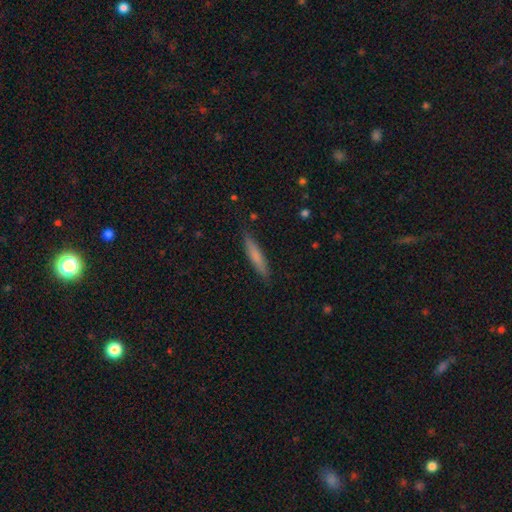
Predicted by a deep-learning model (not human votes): Smooth or featured? Predicted: smooth (p=0.71). How rounded? Predicted: cigar-shaped (p=0.91). Merging? Predicted: none (p=0.87).